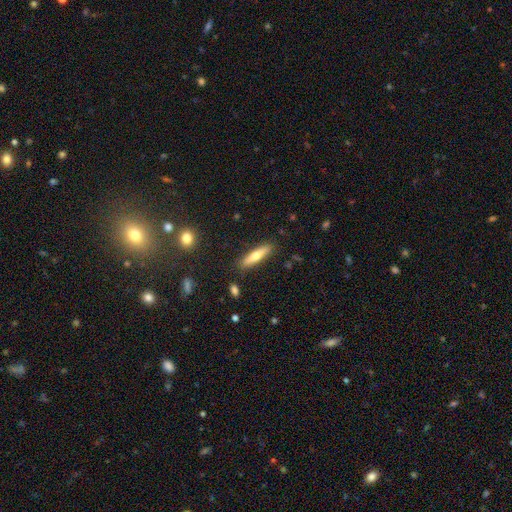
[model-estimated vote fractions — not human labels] Morphology: type=smooth (59%); roundness=cigar-shaped (80%); merging=none (87%).